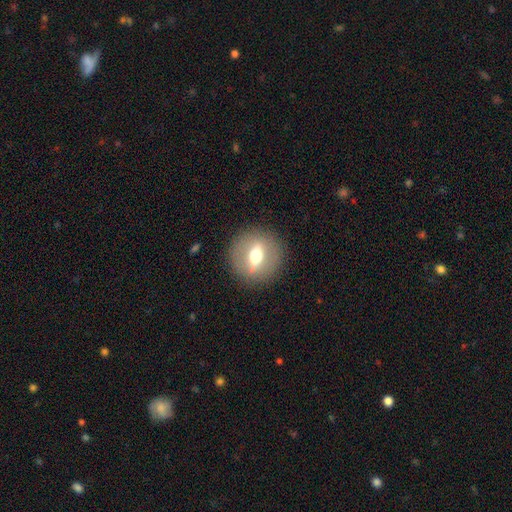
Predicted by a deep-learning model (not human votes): Morphology: type=featured or disk (50%); merging=none (88%).